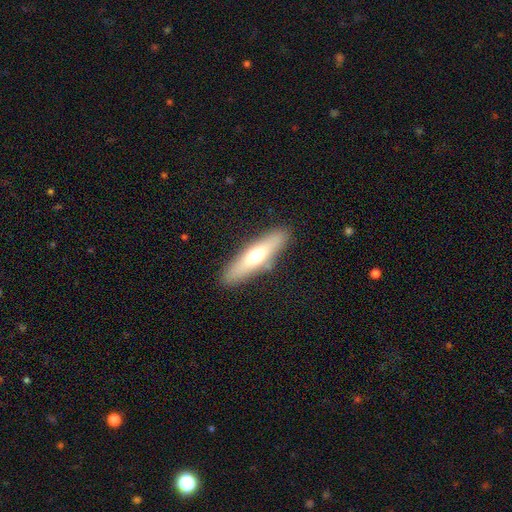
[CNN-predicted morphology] Overall: smooth (55%; featured or disk 38%). How rounded: cigar-shaped (68%; in between 30%). Merging: none (87%).